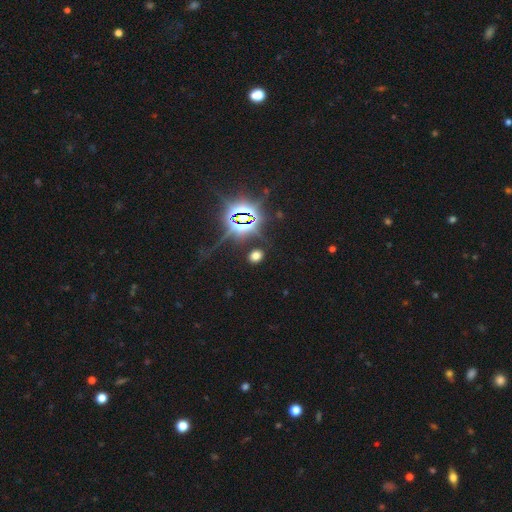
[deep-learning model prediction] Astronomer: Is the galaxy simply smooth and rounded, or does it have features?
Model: smooth — 54% (runner-up: star or artifact, 38%).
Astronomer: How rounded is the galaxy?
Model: in between — 60% (runner-up: round, 38%).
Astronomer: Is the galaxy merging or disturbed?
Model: none — 86%.